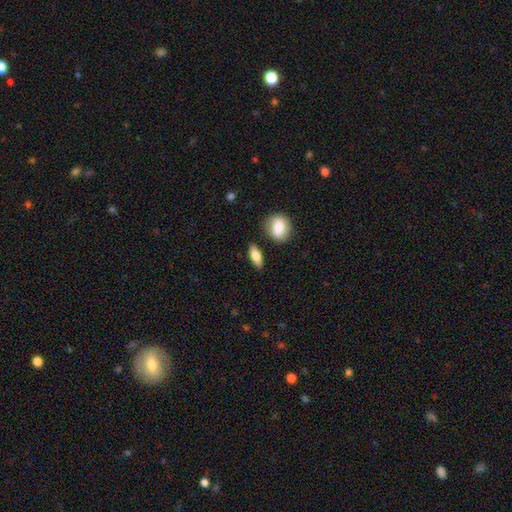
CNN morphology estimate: smooth_or_featured: smooth (p=0.79) [alt: featured or disk p=0.15]
how_rounded: in between (p=0.77) [alt: cigar-shaped p=0.18]
merging: none (p=0.81) [alt: minor disturbance p=0.11]